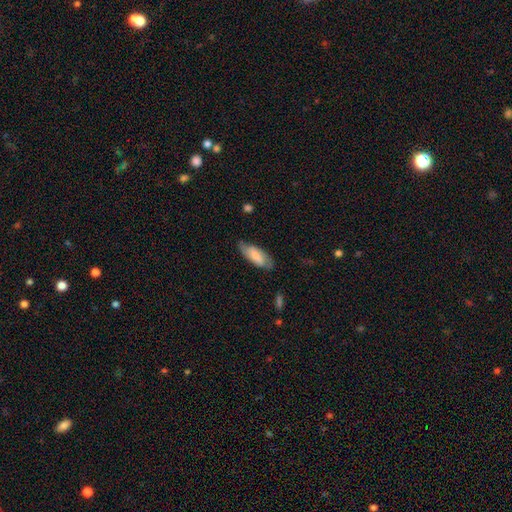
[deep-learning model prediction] Smooth or featured: smooth — 58% (featured or disk — 36%)
How rounded: in between — 77% (cigar-shaped — 21%)
Merging: none — 74% (minor disturbance — 20%)